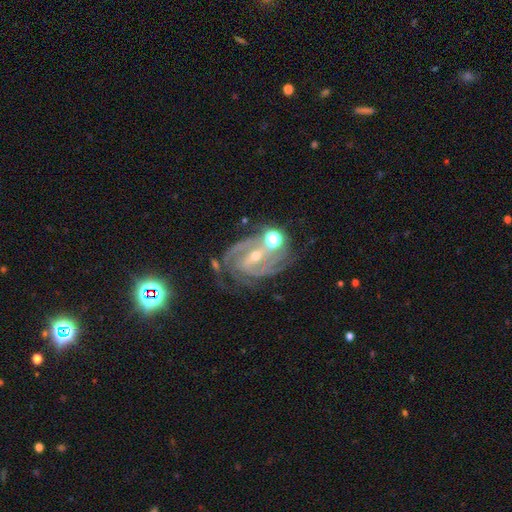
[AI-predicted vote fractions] Q: Smooth or featured?
A: featured or disk (88%); runner-up: star or artifact (8%)
Q: Edge-on disk?
A: no (97%); runner-up: yes (3%)
Q: Bar?
A: strong (47%); runner-up: weak (36%)
Q: Spiral arms?
A: yes (98%); runner-up: no (2%)
Q: Spiral winding?
A: tight (52%); runner-up: medium (41%)
Q: Spiral arm count?
A: 2 (51%); runner-up: 3 (24%)
Q: Bulge size?
A: small (56%); runner-up: moderate (41%)
Q: Merging?
A: none (61%); runner-up: minor disturbance (19%)